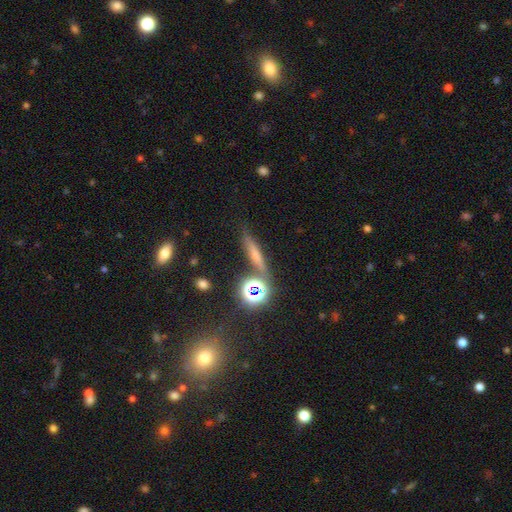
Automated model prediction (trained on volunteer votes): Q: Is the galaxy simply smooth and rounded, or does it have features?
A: smooth — 57%.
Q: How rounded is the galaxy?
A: cigar-shaped — 74%.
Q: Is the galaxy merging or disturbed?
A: none — 74%.